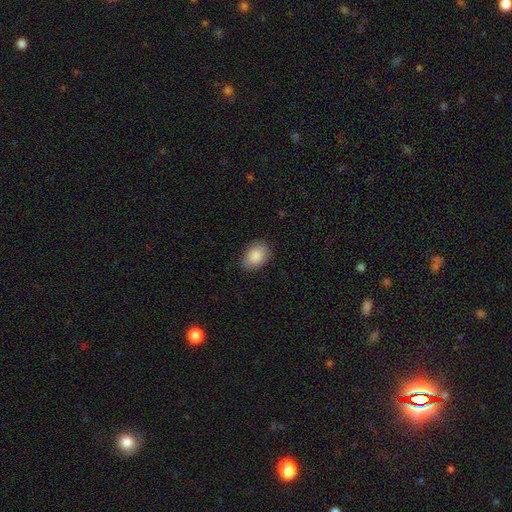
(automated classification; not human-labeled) This appears to be a smooth galaxy with no disk features (88%) that is in between round and cigar-shaped (84%). Merging: none (85%).